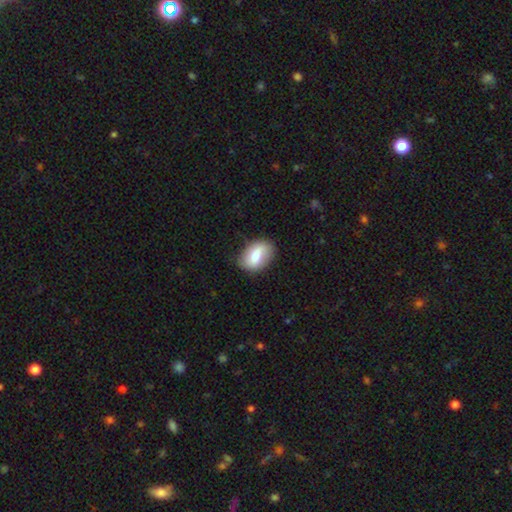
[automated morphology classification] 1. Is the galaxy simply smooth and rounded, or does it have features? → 71% smooth, 22% featured or disk, 7% star or artifact.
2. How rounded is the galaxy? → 87% in between, 12% round, 2% cigar-shaped.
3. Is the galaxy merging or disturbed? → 70% none, 22% minor disturbance, 5% major disturbance, 2% merger.